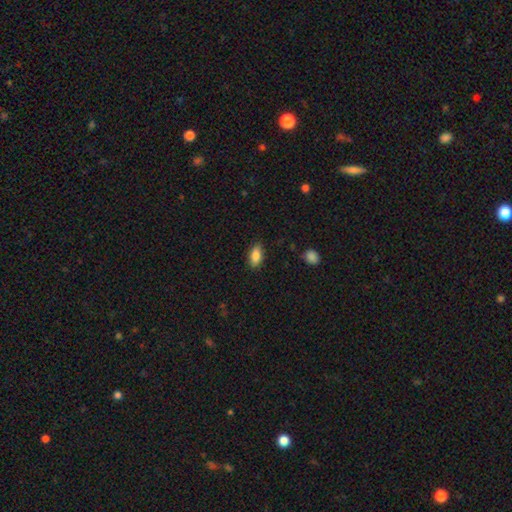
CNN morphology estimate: smooth_or_featured: smooth (p=0.85) [alt: featured or disk p=0.08]
how_rounded: in between (p=0.88) [alt: cigar-shaped p=0.09]
merging: none (p=0.84) [alt: minor disturbance p=0.12]